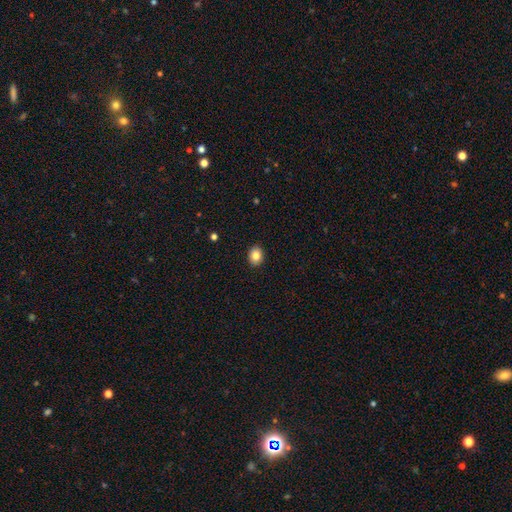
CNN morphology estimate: Q: Smooth or featured?
A: smooth (84%); runner-up: star or artifact (9%)
Q: How rounded?
A: round (54%); runner-up: in between (45%)
Q: Merging?
A: none (91%); runner-up: minor disturbance (6%)